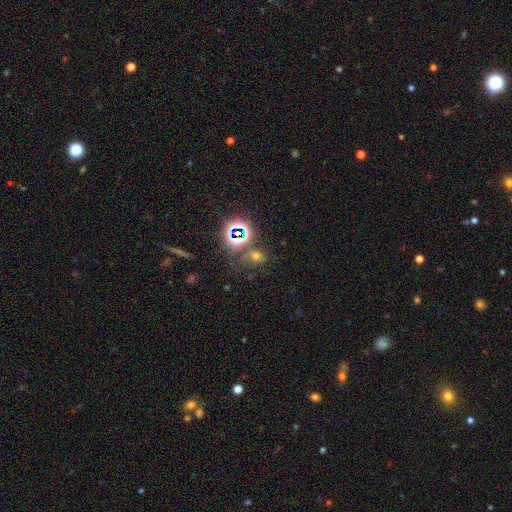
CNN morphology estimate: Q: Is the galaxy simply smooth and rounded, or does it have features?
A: smooth — 46%.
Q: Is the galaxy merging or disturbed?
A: none — 62%.